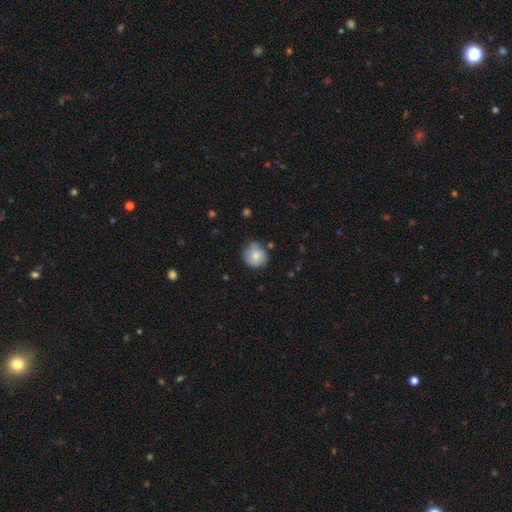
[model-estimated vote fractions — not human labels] This is likely a smooth galaxy (73%). How rounded: clearly round (88%). Merging: likely none (70%).